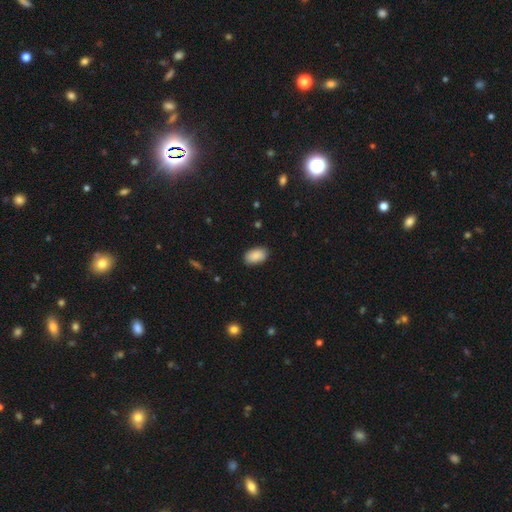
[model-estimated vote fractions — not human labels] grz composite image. It shows a smooth galaxy with no disk features (90%) that is in between round and cigar-shaped (94%). Merging: none (87%).